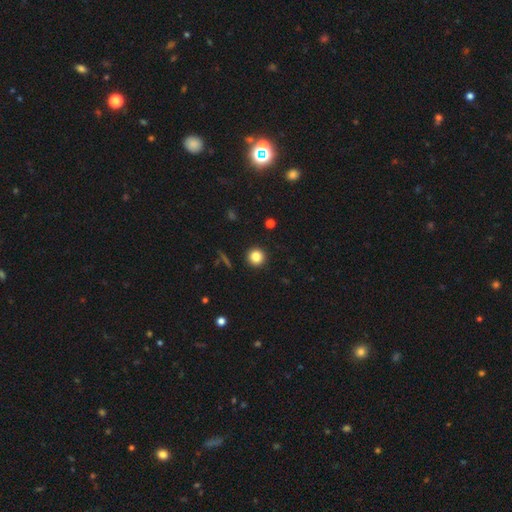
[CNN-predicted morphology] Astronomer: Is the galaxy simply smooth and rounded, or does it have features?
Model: smooth — 83%.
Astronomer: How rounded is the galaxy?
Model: round — 95%.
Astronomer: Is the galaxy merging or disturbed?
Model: none — 92%.